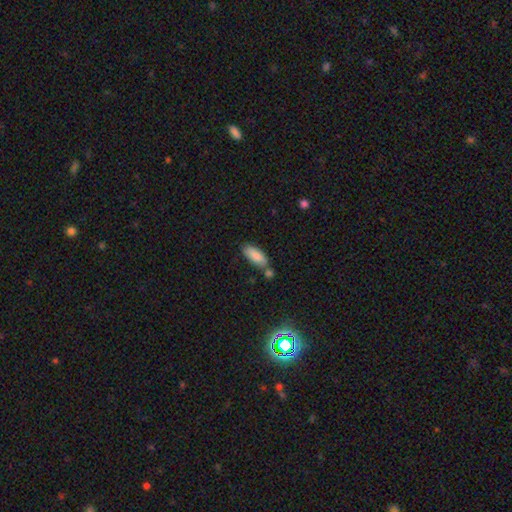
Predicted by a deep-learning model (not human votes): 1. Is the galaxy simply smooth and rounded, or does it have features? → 85% smooth, 8% featured or disk, 7% star or artifact.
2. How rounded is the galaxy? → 80% in between, 18% cigar-shaped, 2% round.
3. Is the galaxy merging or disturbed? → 55% none, 21% merger, 19% minor disturbance, 5% major disturbance.